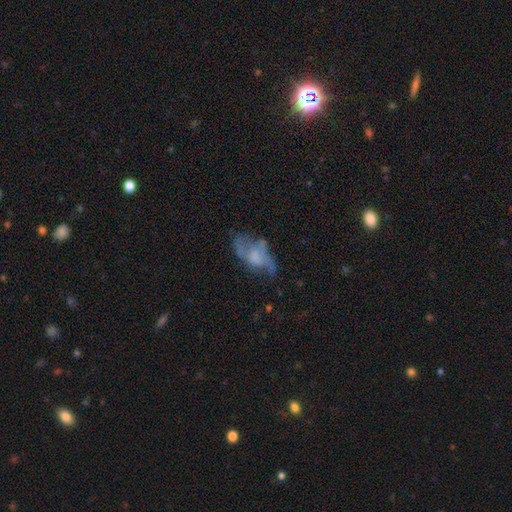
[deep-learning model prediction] smooth-or-featured: featured or disk: 60% | smooth: 30% | star or artifact: 10%
  disk-edge-on: no: 93% | yes: 7%
    bar: no: 69% | weak: 25% | strong: 5%
    has-spiral-arms: yes: 58% | no: 42%
    bulge-size: none: 34% | moderate: 28% | small: 28% | large: 9% | dominant: 2%
  merging: none: 43% | major disturbance: 30% | minor disturbance: 23% | merger: 4%